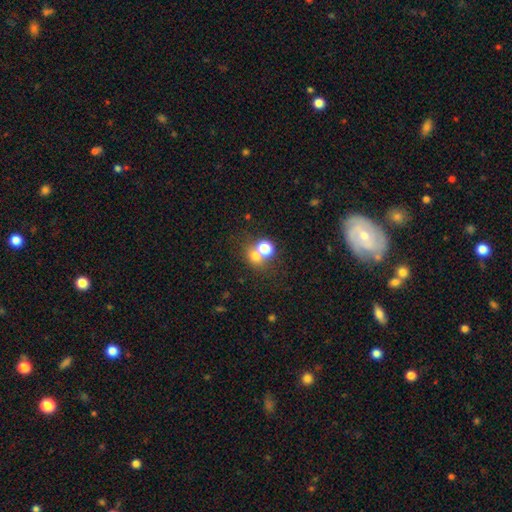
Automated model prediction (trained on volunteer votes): The model was most divided on "merging": merger: 50%, none: 39%, minor disturbance: 7%, major disturbance: 4%. More confident: how rounded — round (72%); smooth or featured — smooth (69%).